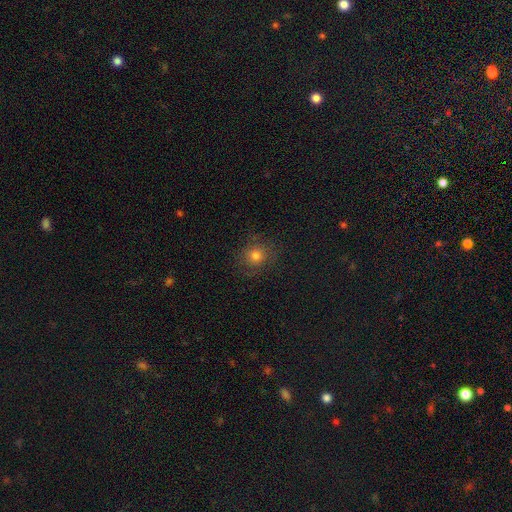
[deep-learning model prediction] smooth 76%, star or artifact 14%, featured or disk 10%. Down the decision tree: how rounded — round (85%); merging — none (82%).